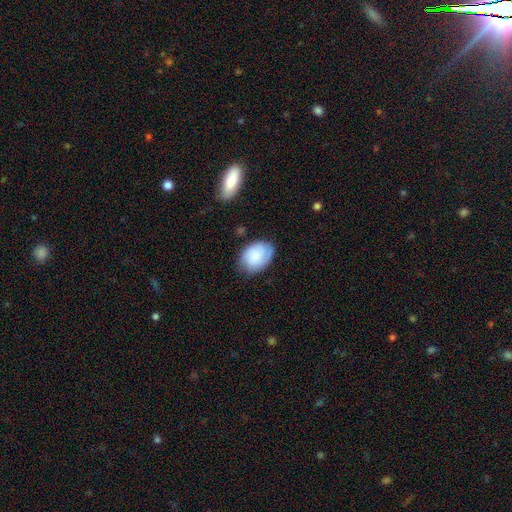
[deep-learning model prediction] Smooth or featured: smooth — 66% (featured or disk — 27%)
How rounded: in between — 77% (round — 22%)
Merging: none — 72% (minor disturbance — 21%)